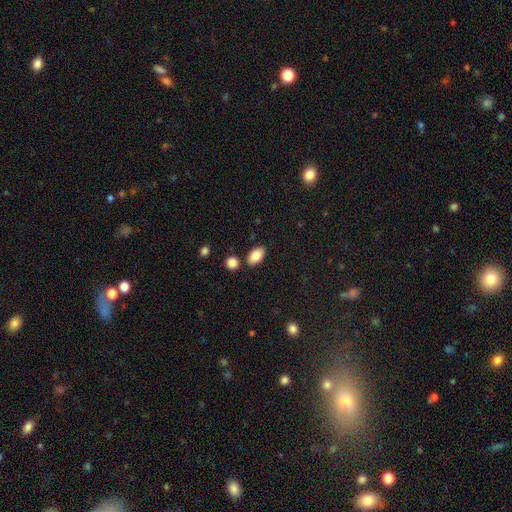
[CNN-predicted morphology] A smooth galaxy with no disk features (83%) that is in between round and cigar-shaped (92%). Merging: none (82%).